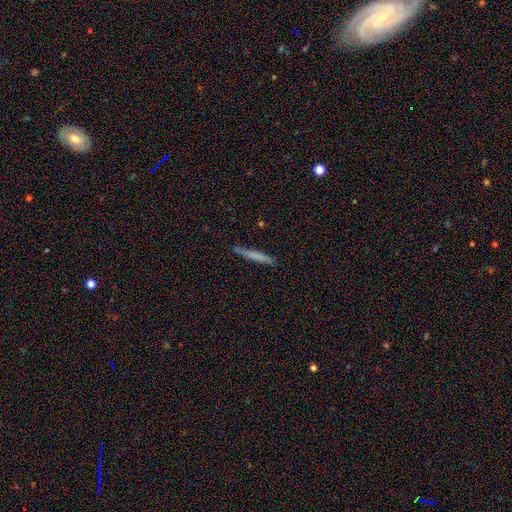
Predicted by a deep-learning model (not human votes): Q: Smooth or featured?
A: smooth (67%); runner-up: featured or disk (26%)
Q: How rounded?
A: cigar-shaped (96%); runner-up: in between (3%)
Q: Merging?
A: none (87%); runner-up: minor disturbance (9%)